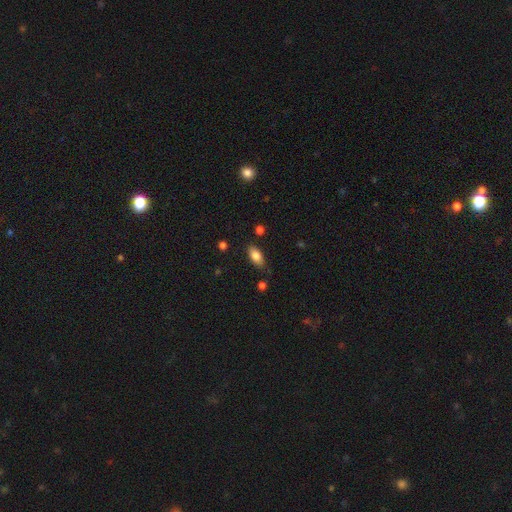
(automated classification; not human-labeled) This is clearly a smooth galaxy (81%). How rounded: clearly in between (88%). Merging: likely none (78%).